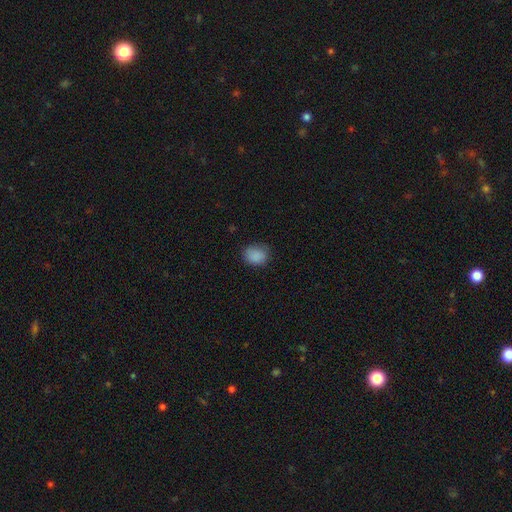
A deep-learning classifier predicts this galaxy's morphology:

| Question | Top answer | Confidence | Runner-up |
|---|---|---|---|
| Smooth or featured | smooth | 87% | star or artifact (9%) |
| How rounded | in between | 53% | round (46%) |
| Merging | none | 75% | minor disturbance (20%) |